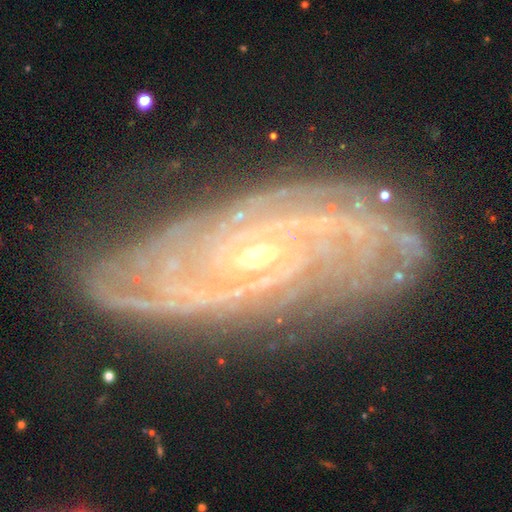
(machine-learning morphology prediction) Smooth or featured: featured or disk — 88% (star or artifact — 7%)
Edge-on disk: no — 93% (yes — 7%)
Bar: no — 58% (weak — 30%)
Spiral arms: yes — 98% (no — 2%)
Spiral winding: tight — 63% (medium — 30%)
Spiral arm count: 2 — 24% (can't tell — 23%)
Bulge size: small — 77% (moderate — 19%)
Merging: none — 79% (minor disturbance — 15%)